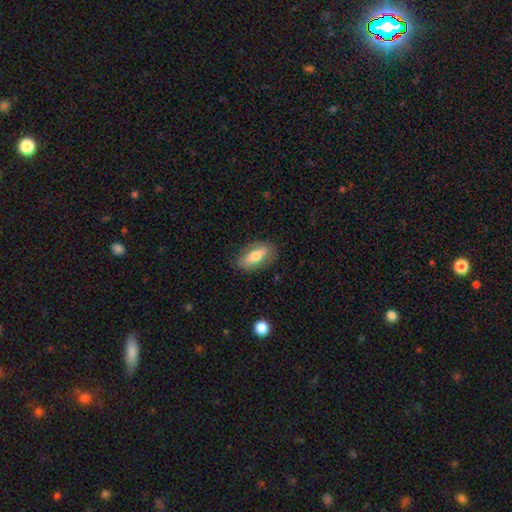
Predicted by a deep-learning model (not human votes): Q: Smooth or featured?
A: smooth (62%); runner-up: featured or disk (31%)
Q: How rounded?
A: in between (73%); runner-up: cigar-shaped (22%)
Q: Merging?
A: none (82%); runner-up: minor disturbance (14%)